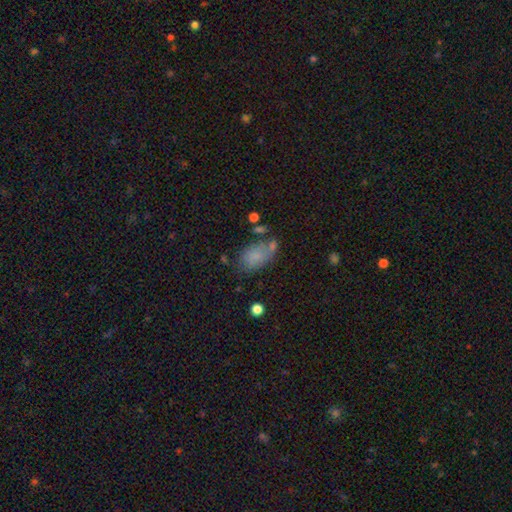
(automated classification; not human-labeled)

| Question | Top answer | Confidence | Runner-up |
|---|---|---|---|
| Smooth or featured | smooth | 75% | featured or disk (14%) |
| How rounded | in between | 89% | round (9%) |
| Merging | none | 47% | minor disturbance (26%) |